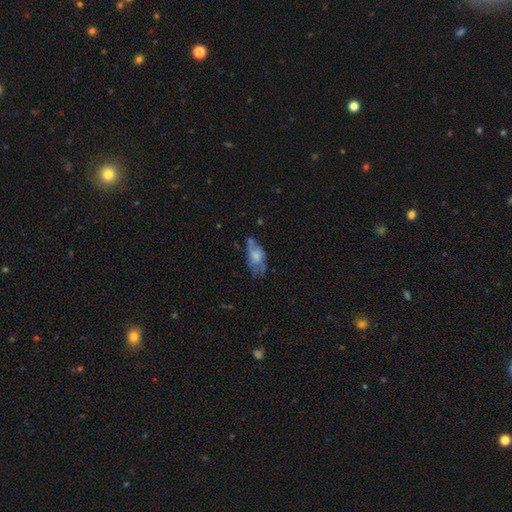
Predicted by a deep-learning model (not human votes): Smooth or featured? Predicted: smooth (p=0.49). Merging? Predicted: none (p=0.38).